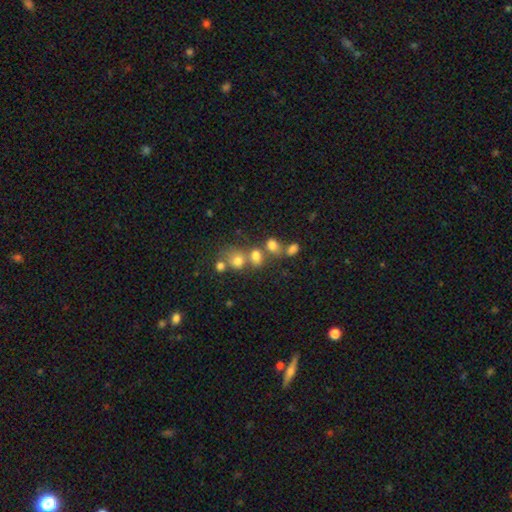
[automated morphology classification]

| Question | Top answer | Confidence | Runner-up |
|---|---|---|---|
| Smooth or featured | smooth | 69% | star or artifact (17%) |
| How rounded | round | 54% | in between (44%) |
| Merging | none | 41% | merger (40%) |